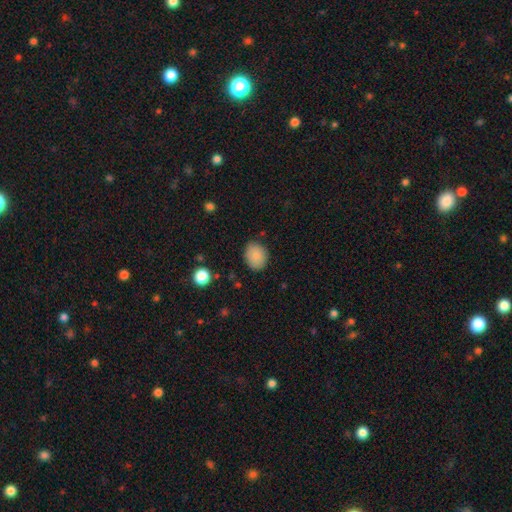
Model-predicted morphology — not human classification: type=smooth (86%); roundness=round (50%); merging=none (80%).